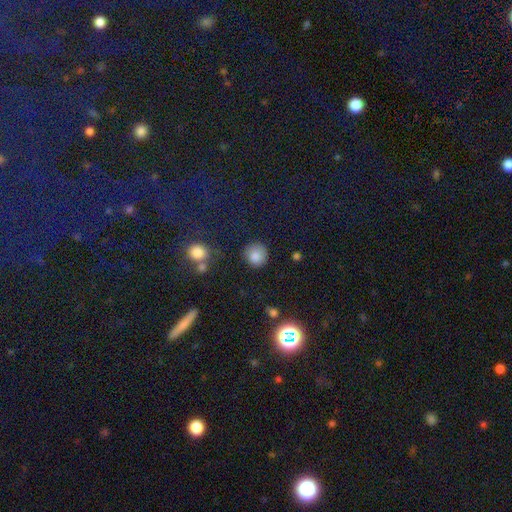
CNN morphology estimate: This appears to be a smooth galaxy with no disk features (84%) that is round (91%). Merging: none (83%).